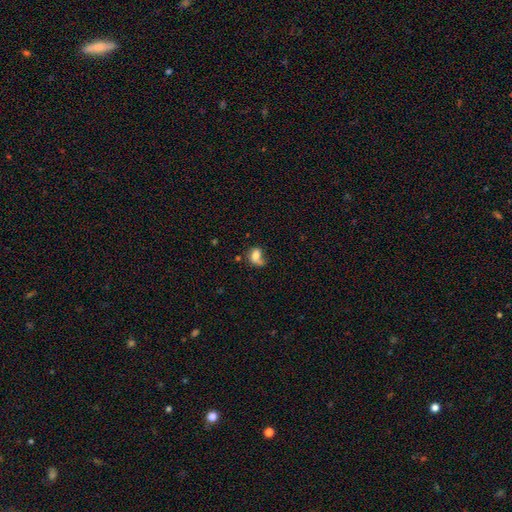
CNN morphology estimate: The model was most divided on "merging": none: 34%, major disturbance: 27%, minor disturbance: 26%, merger: 13%. More confident: how rounded — in between (64%); smooth or featured — smooth (62%).